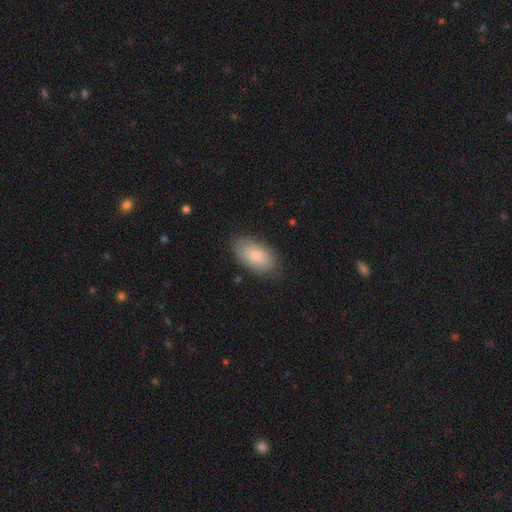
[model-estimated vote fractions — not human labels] Smooth or featured: smooth — 80% (featured or disk — 14%)
How rounded: in between — 95% (round — 3%)
Merging: none — 81% (minor disturbance — 15%)